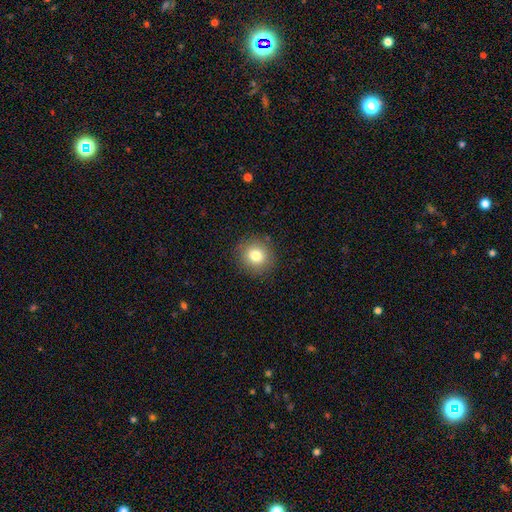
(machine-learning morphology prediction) This appears to be a smooth galaxy with no disk features (80%) that is round (90%). Merging: none (88%).